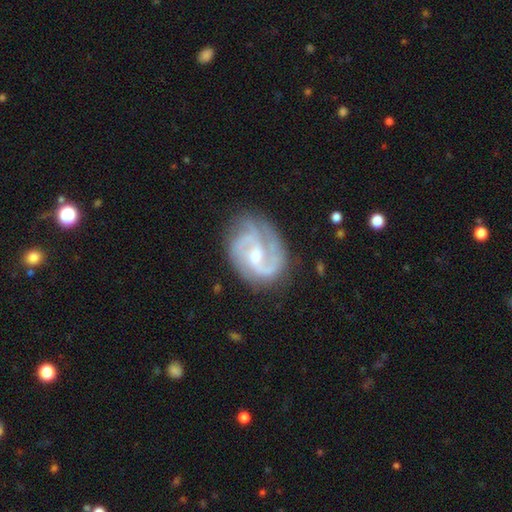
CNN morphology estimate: This is clearly a featured or disk galaxy (89%). It is clearly not viewed edge-on (98%). Bar: possibly weak (49%). Spiral arm pattern: clearly yes (97%). Spiral arm count: possibly 2 (49%). Spiral winding: possibly medium (52%). Central bulge: possibly moderate (49%). Merging: likely none (68%).